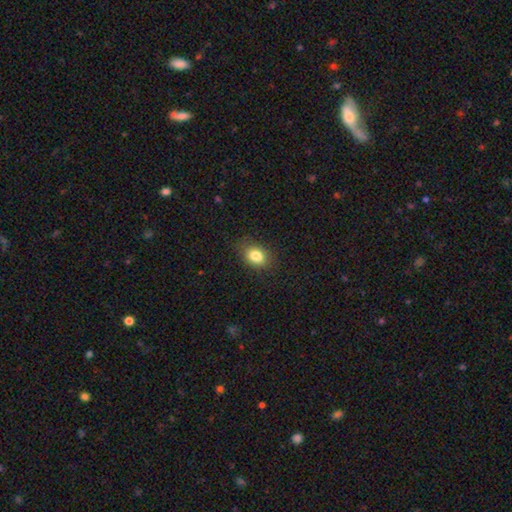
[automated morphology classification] This appears to be a smooth galaxy with no disk features (84%) that is in between round and cigar-shaped (72%). Merging: none (83%).